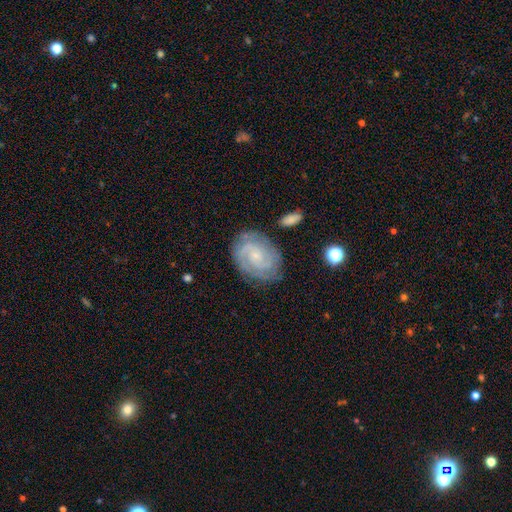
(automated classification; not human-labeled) Smooth or featured? featured or disk (83%)
Edge-on disk? no (98%)
Bar? no (66%)
Spiral arms? yes (96%)
Spiral winding? tight (69%)
Spiral arm count? 2 (46%)
Bulge size? small (81%)
Merging? none (77%)